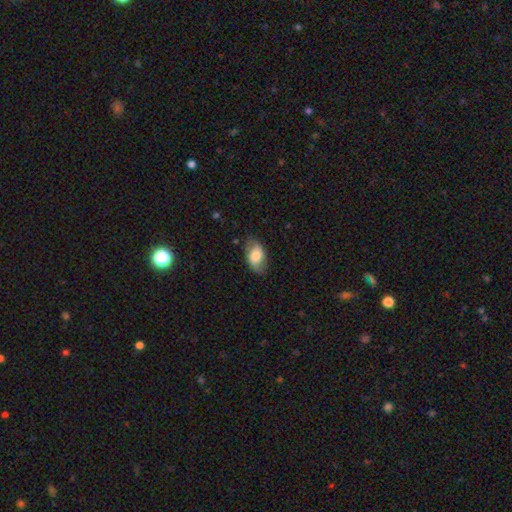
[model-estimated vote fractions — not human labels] The model was most divided on "smooth or featured": smooth: 70%, featured or disk: 24%, star or artifact: 7%. More confident: how rounded — in between (92%); merging — none (75%).